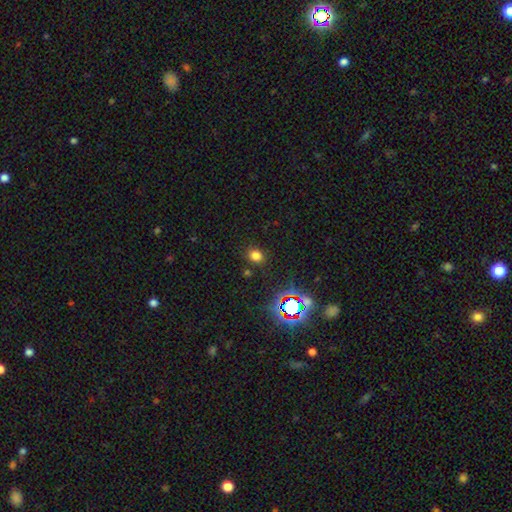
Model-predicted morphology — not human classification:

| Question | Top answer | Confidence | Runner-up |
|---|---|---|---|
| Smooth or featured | smooth | 72% | star or artifact (22%) |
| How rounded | round | 63% | in between (36%) |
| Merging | none | 85% | minor disturbance (9%) |